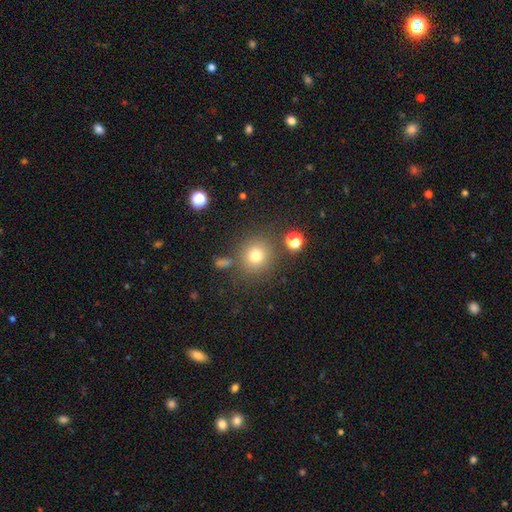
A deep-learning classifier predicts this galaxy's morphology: Q: Smooth or featured?
A: smooth (75%); runner-up: star or artifact (15%)
Q: How rounded?
A: round (90%); runner-up: in between (9%)
Q: Merging?
A: none (79%); runner-up: minor disturbance (10%)